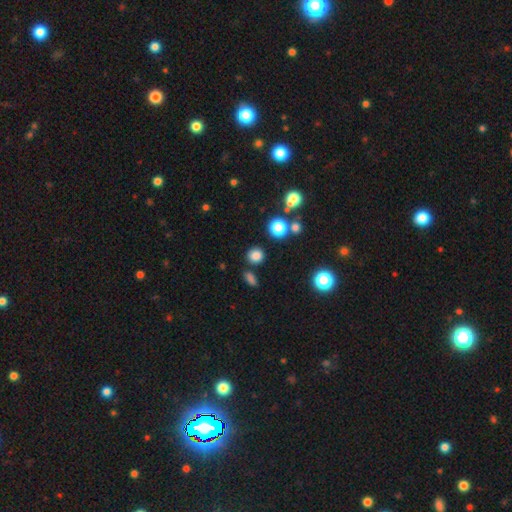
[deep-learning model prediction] Smooth or featured?
  - smooth: 80% *
  - star or artifact: 15%
  - featured or disk: 4%
How rounded?
  - round: 84% *
  - in between: 14%
  - cigar-shaped: 1%
Merging?
  - none: 82% *
  - minor disturbance: 9%
  - merger: 6%
  - major disturbance: 3%